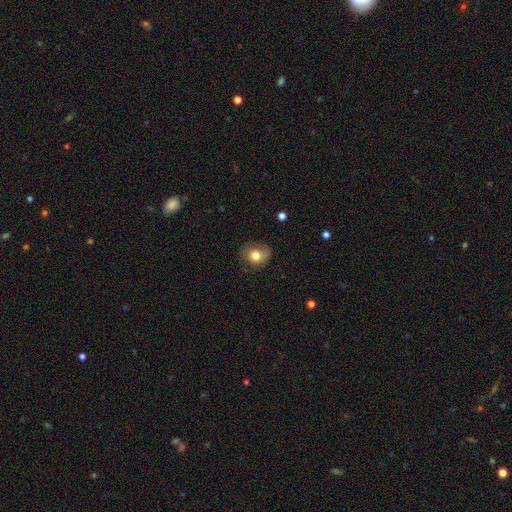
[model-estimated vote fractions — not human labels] Q: Smooth or featured?
A: smooth (75%); runner-up: featured or disk (16%)
Q: How rounded?
A: round (66%); runner-up: in between (33%)
Q: Merging?
A: none (70%); runner-up: minor disturbance (21%)